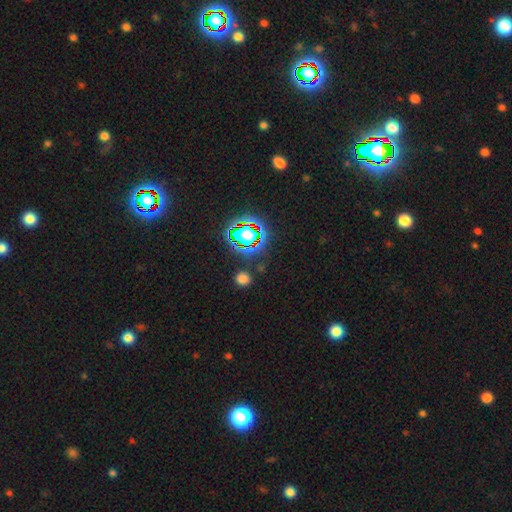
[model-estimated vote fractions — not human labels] Smooth or featured? star or artifact (80%)